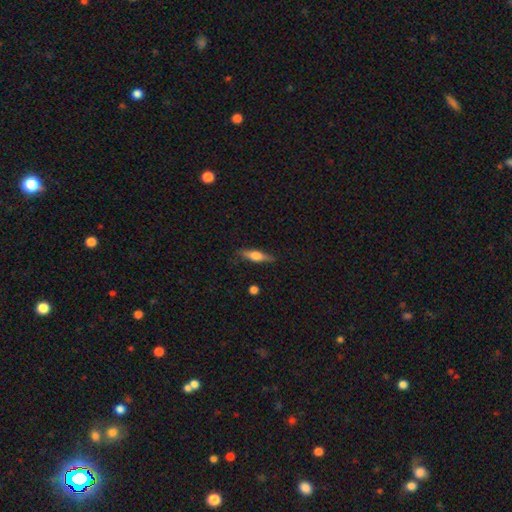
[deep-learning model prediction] Smooth or featured? featured or disk (48%)
Merging? none (86%)